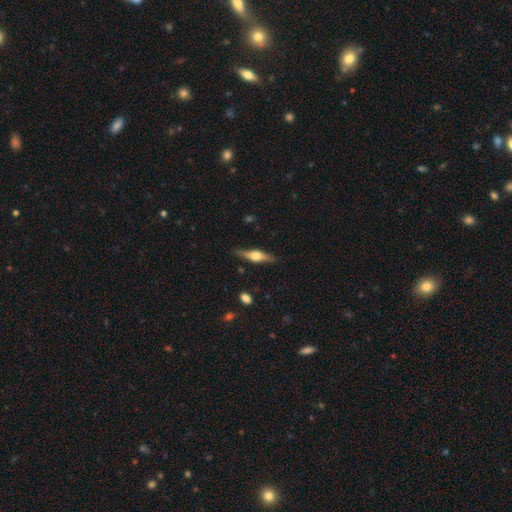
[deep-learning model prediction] featured or disk 67%, smooth 27%, star or artifact 6%. Down the decision tree: edge-on disk — yes (96%); edge-on bulge — rounded (91%); merging — none (87%).